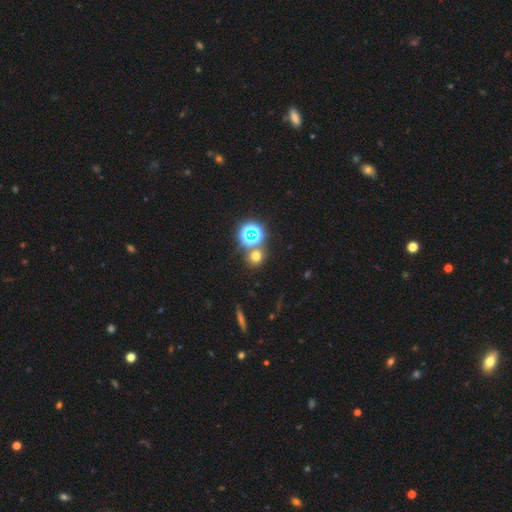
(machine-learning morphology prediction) smooth 61%, star or artifact 31%, featured or disk 8%. Down the decision tree: how rounded — round (84%); merging — none (74%).